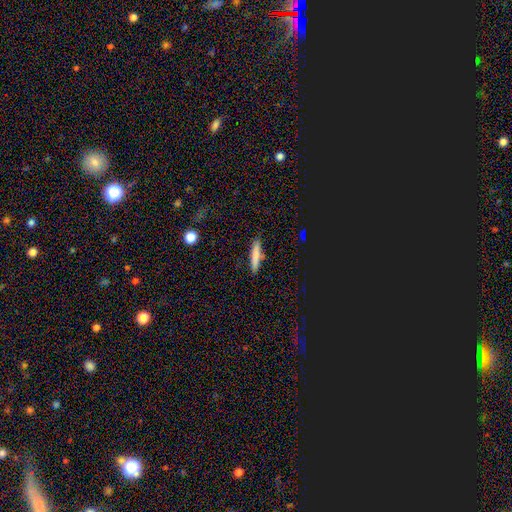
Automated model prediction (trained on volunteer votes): smooth-or-featured: smooth: 77% | featured or disk: 14% | star or artifact: 9%
  how-rounded: cigar-shaped: 86% | in between: 12% | round: 2%
  merging: none: 85% | minor disturbance: 10% | merger: 3% | major disturbance: 2%